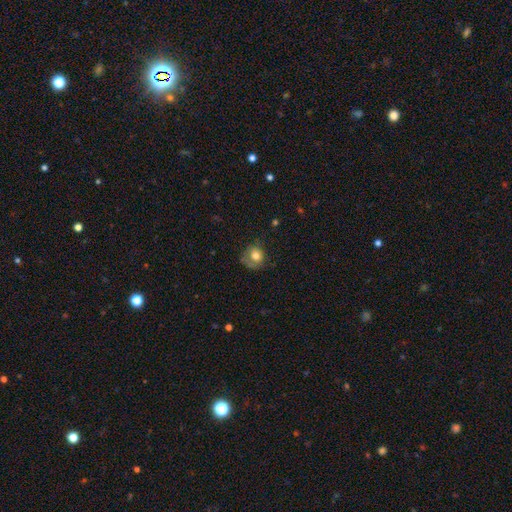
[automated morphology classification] Smooth or featured? smooth (74%)
How rounded? round (80%)
Merging? none (53%)